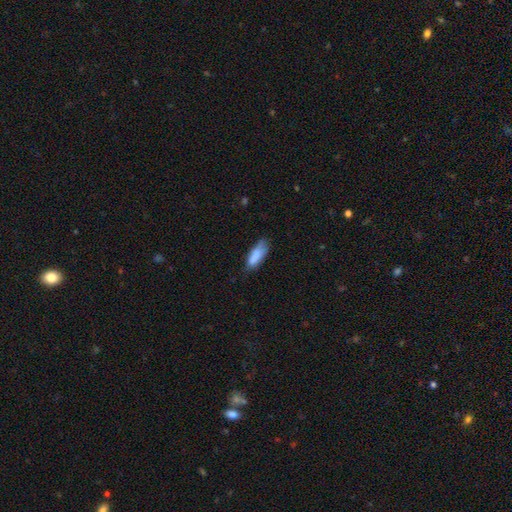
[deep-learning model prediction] A smooth galaxy with no disk features (84%) that is in between round and cigar-shaped (61%).

Vote fractions:
- Smooth or featured? smooth: 84% / featured or disk: 9% / star or artifact: 7%
- How rounded? in between: 61% / cigar-shaped: 37% / round: 2%
- Merging? none: 61% / minor disturbance: 30% / major disturbance: 7% / merger: 2%